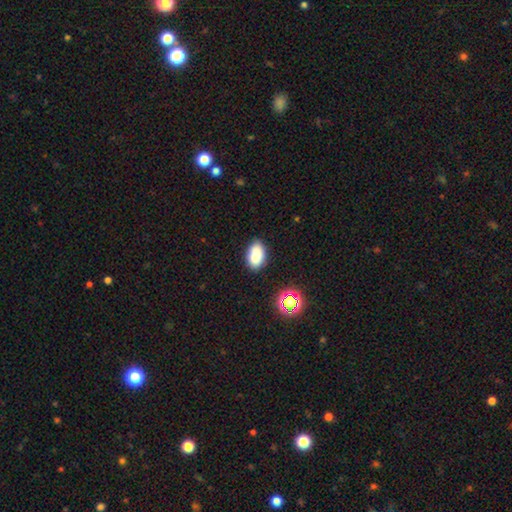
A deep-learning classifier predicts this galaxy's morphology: A smooth galaxy with no disk features (83%) that is in between round and cigar-shaped (90%).

Vote fractions:
- Smooth or featured? smooth: 83% / star or artifact: 11% / featured or disk: 6%
- How rounded? in between: 90% / round: 9% / cigar-shaped: 1%
- Merging? none: 79% / minor disturbance: 15% / major disturbance: 3% / merger: 3%